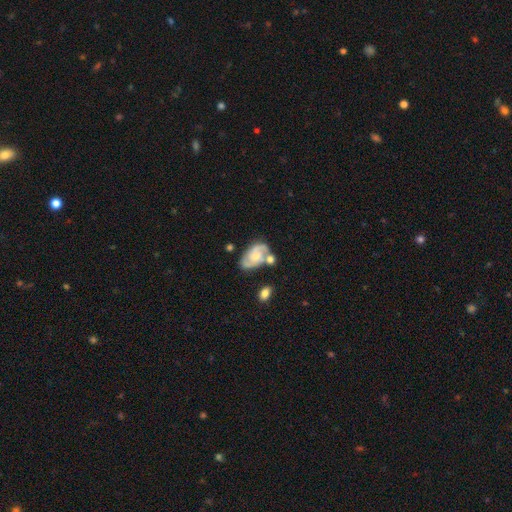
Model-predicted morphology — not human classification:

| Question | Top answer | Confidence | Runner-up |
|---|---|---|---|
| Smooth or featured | featured or disk | 75% | smooth (19%) |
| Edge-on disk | no | 97% | yes (3%) |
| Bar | no | 63% | weak (31%) |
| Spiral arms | yes | 92% | no (8%) |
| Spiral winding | medium | 50% | tight (31%) |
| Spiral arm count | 2 | 80% | can't tell (9%) |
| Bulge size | small | 42% | moderate (40%) |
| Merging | none | 54% | merger (20%) |